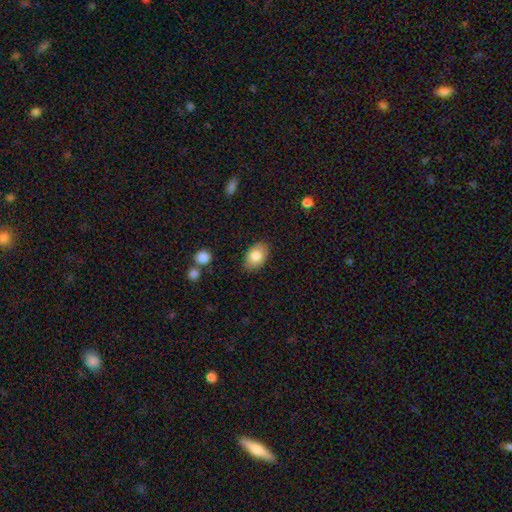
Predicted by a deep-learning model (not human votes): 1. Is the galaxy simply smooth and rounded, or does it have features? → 82% smooth, 11% featured or disk, 7% star or artifact.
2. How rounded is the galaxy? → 86% in between, 13% round, 1% cigar-shaped.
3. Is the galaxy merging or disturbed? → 85% none, 11% minor disturbance, 3% major disturbance, 2% merger.